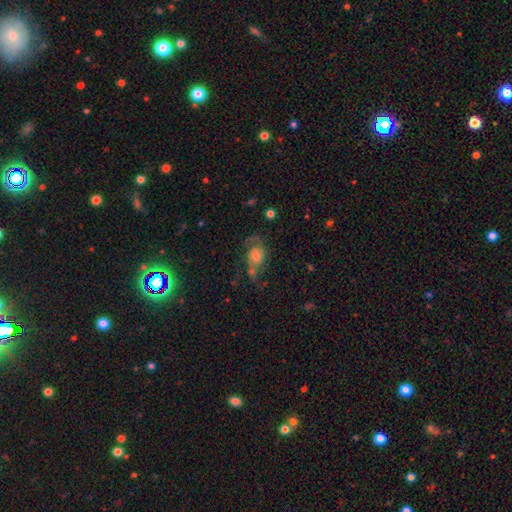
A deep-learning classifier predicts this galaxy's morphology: A featured or disk galaxy (59%) with no bar (78%), spiral arms (82%) and a moderate central bulge (43%). Merging: none (43%).